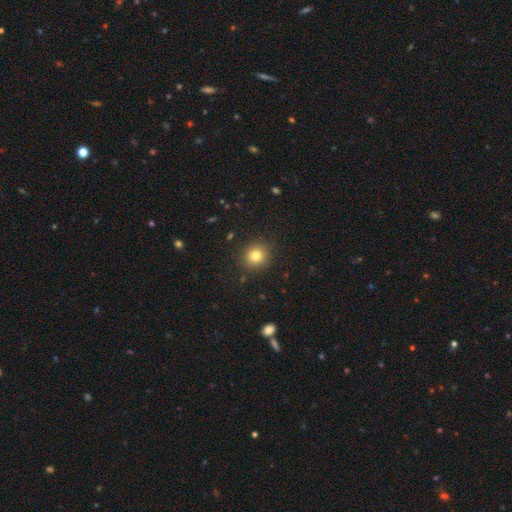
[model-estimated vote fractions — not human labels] The model was most divided on "smooth or featured": smooth: 80%, star or artifact: 12%, featured or disk: 8%. More confident: merging — none (90%); how rounded — round (88%).